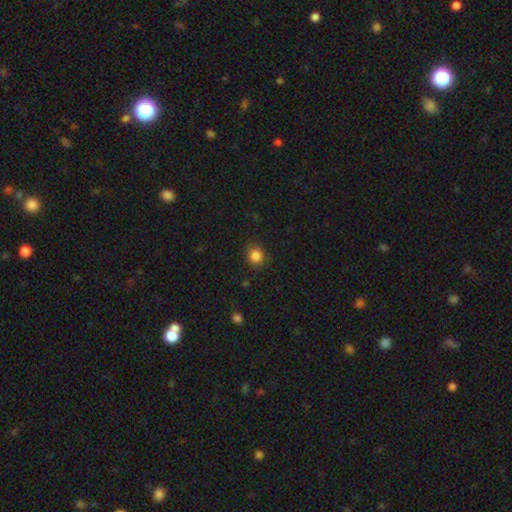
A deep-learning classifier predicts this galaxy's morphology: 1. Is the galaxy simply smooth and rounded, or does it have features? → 85% smooth, 11% star or artifact, 4% featured or disk.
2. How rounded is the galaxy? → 85% round, 14% in between, 1% cigar-shaped.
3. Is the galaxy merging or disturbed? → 85% none, 10% minor disturbance, 3% major disturbance, 1% merger.